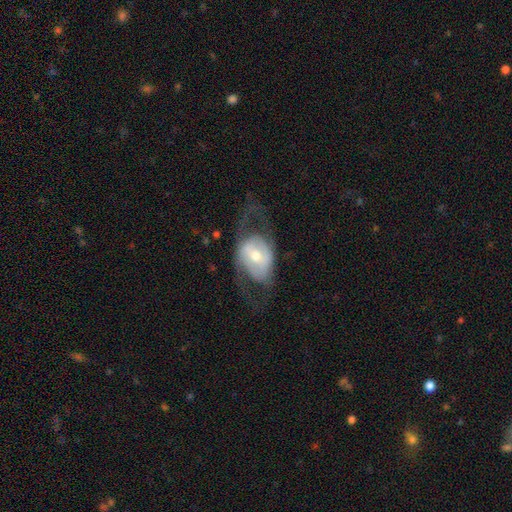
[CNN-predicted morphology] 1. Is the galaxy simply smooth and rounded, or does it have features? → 69% featured or disk, 26% smooth, 6% star or artifact.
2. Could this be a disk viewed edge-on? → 92% no, 8% yes.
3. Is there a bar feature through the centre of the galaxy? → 38% no, 37% weak, 24% strong.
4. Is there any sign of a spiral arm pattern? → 61% yes, 39% no.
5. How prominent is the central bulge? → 62% moderate, 28% small, 7% large, 1% dominant, 1% none.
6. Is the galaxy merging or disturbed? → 54% none, 28% major disturbance, 17% minor disturbance, 2% merger.